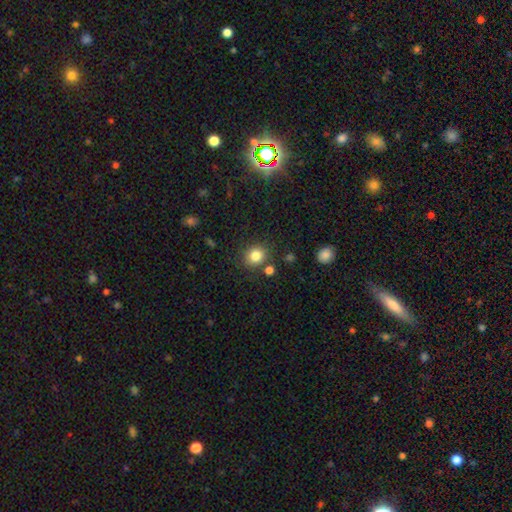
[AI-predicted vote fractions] smooth-or-featured: smooth: 83% | star or artifact: 11% | featured or disk: 6%
  how-rounded: round: 77% | in between: 23% | cigar-shaped: 1%
  merging: none: 82% | minor disturbance: 9% | merger: 6% | major disturbance: 3%